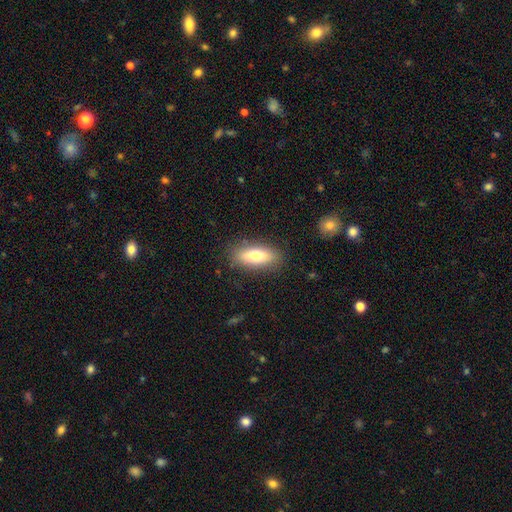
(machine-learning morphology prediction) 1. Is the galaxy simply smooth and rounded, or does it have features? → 75% smooth, 18% featured or disk, 7% star or artifact.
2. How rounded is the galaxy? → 70% in between, 27% cigar-shaped, 3% round.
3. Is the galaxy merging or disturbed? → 85% none, 11% minor disturbance, 3% major disturbance, 1% merger.